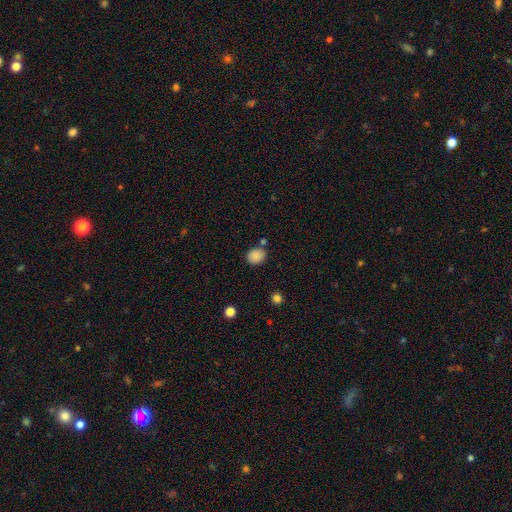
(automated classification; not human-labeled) Q: Smooth or featured?
A: smooth (87%); runner-up: star or artifact (9%)
Q: How rounded?
A: round (70%); runner-up: in between (29%)
Q: Merging?
A: none (78%); runner-up: minor disturbance (12%)